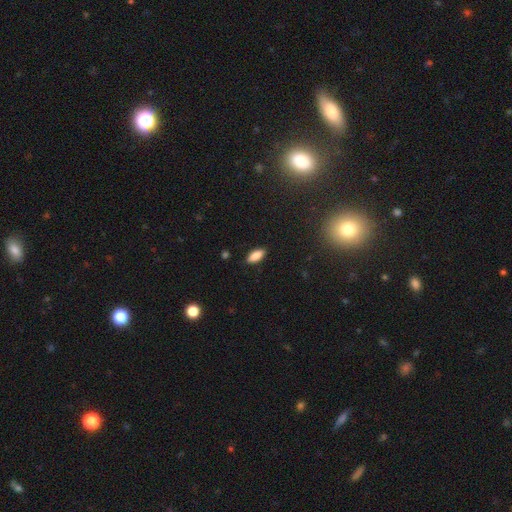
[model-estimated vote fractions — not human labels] Smooth or featured: smooth — 85% (featured or disk — 8%)
How rounded: in between — 84% (cigar-shaped — 14%)
Merging: none — 88% (minor disturbance — 9%)